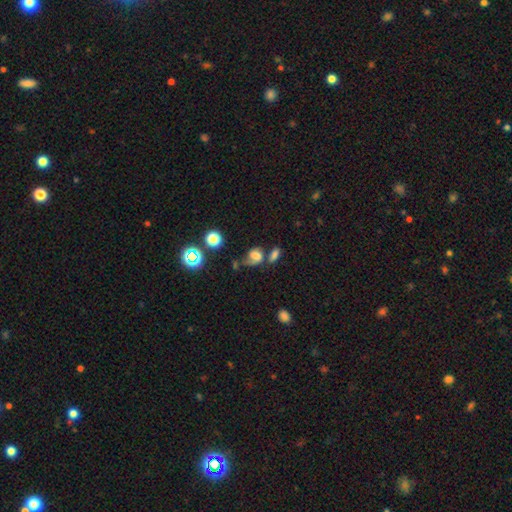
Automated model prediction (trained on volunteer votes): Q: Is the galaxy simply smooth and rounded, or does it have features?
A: smooth — 54%.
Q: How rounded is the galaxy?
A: in between — 64%.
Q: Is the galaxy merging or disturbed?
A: merger — 33%.